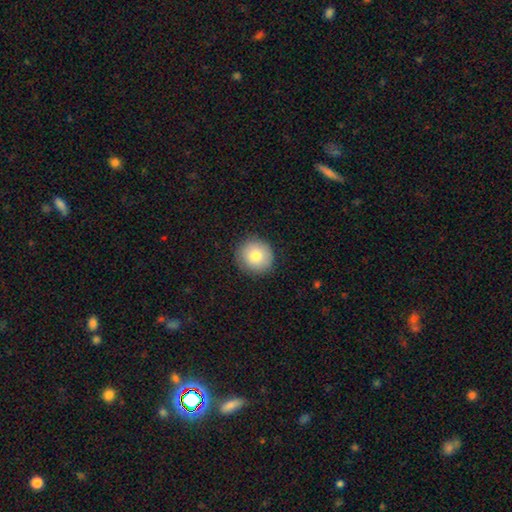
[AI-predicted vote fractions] Smooth or featured? Predicted: smooth (p=0.81). How rounded? Predicted: round (p=0.92). Merging? Predicted: none (p=0.90).